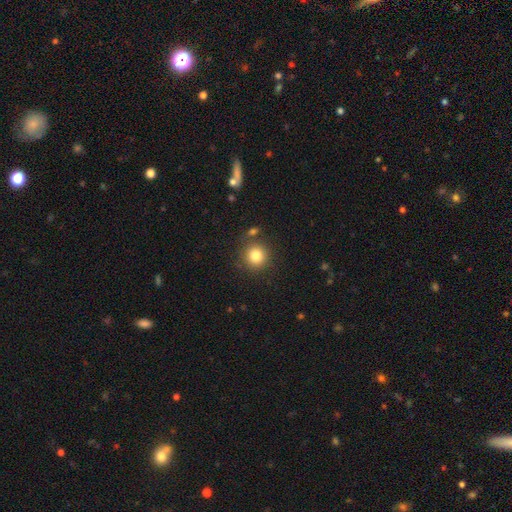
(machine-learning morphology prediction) Smooth or featured? smooth (82%)
How rounded? round (92%)
Merging? none (81%)